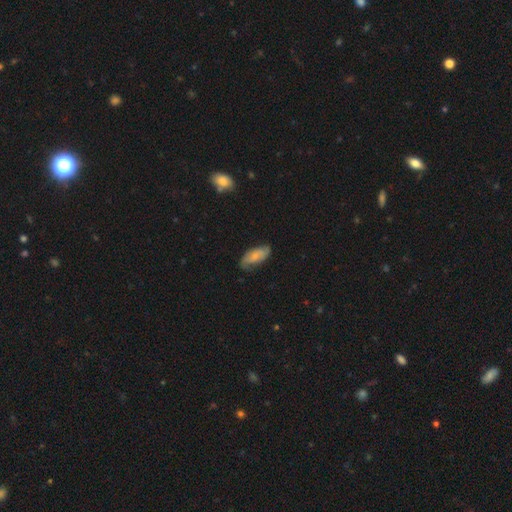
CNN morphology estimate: The model was most divided on "smooth or featured": smooth: 61%, featured or disk: 32%, star or artifact: 7%. More confident: how rounded — in between (86%); merging — none (66%).